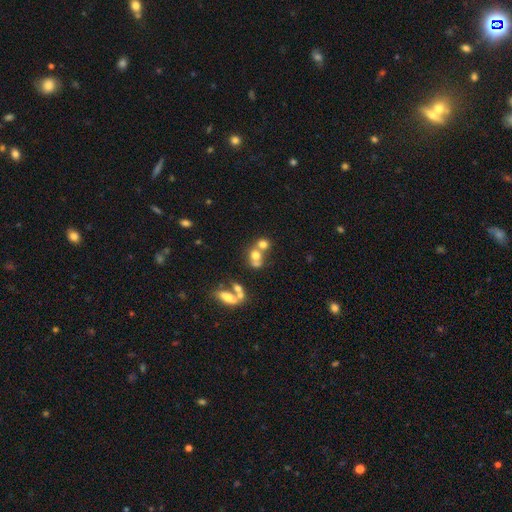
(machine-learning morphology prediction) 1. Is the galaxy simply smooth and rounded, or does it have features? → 65% smooth, 20% featured or disk, 15% star or artifact.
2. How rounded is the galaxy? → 66% round, 32% in between, 2% cigar-shaped.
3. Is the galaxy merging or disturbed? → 55% merger, 32% none, 8% minor disturbance, 6% major disturbance.